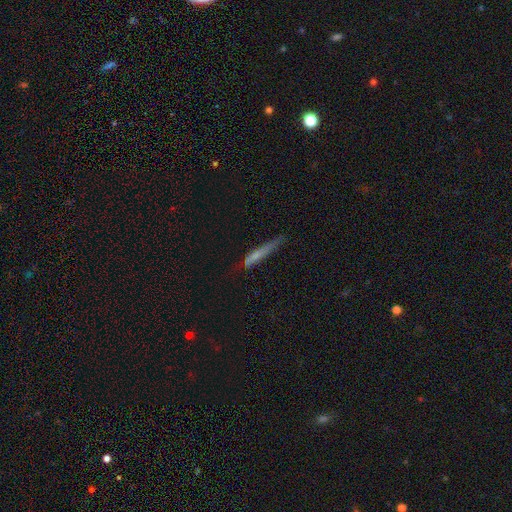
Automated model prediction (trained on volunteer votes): Smooth or featured? smooth (56%)
How rounded? cigar-shaped (93%)
Merging? none (62%)